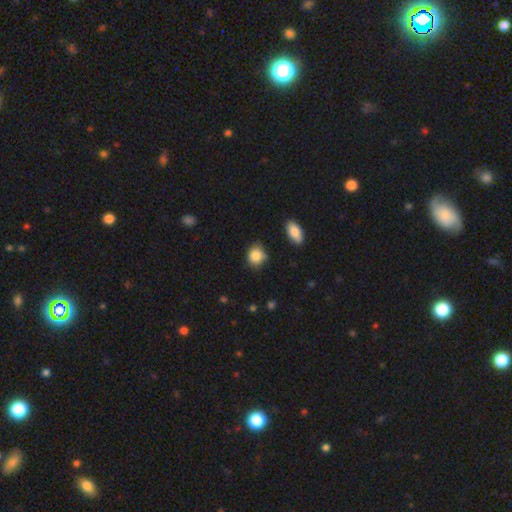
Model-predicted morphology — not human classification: Q: Smooth or featured?
A: smooth (86%); runner-up: star or artifact (8%)
Q: How rounded?
A: round (68%); runner-up: in between (31%)
Q: Merging?
A: none (72%); runner-up: minor disturbance (22%)